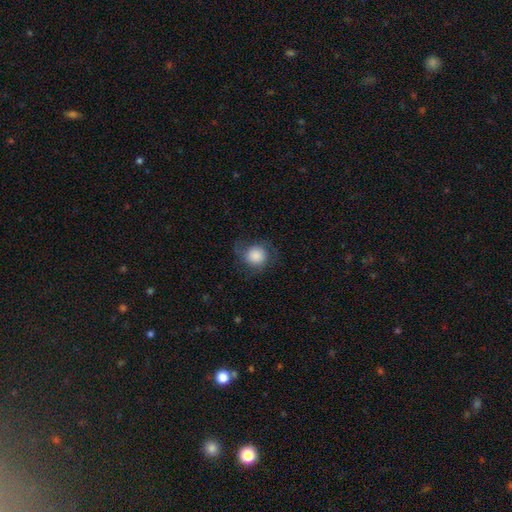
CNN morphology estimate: smooth-or-featured: smooth: 69% | featured or disk: 22% | star or artifact: 9%
  how-rounded: round: 86% | in between: 13% | cigar-shaped: 1%
  merging: none: 68% | minor disturbance: 19% | major disturbance: 11% | merger: 1%